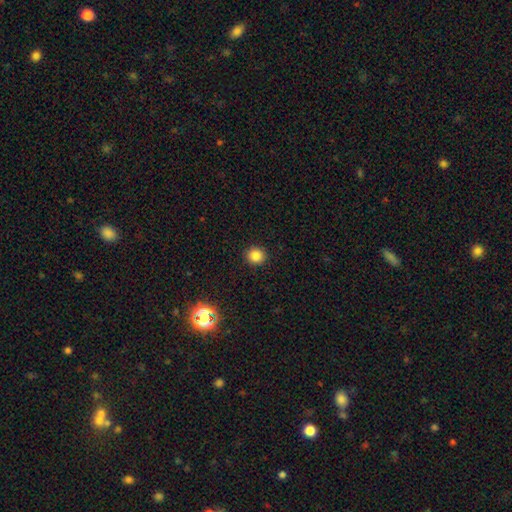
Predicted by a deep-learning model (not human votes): This is clearly a smooth galaxy (84%). How rounded: clearly round (90%). Merging: clearly none (92%).